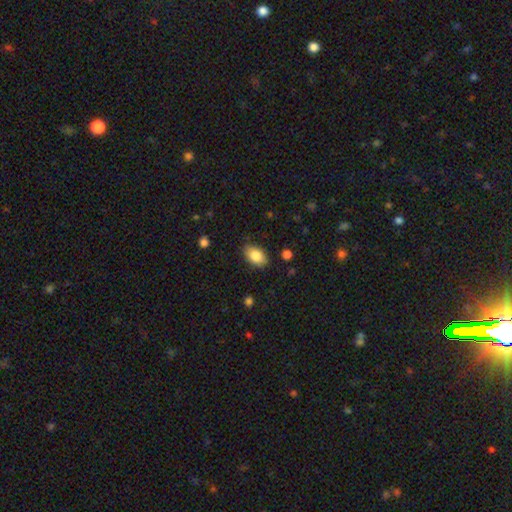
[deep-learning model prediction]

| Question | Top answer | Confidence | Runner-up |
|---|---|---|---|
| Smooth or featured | smooth | 86% | featured or disk (7%) |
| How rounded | in between | 90% | round (9%) |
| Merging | none | 84% | minor disturbance (12%) |